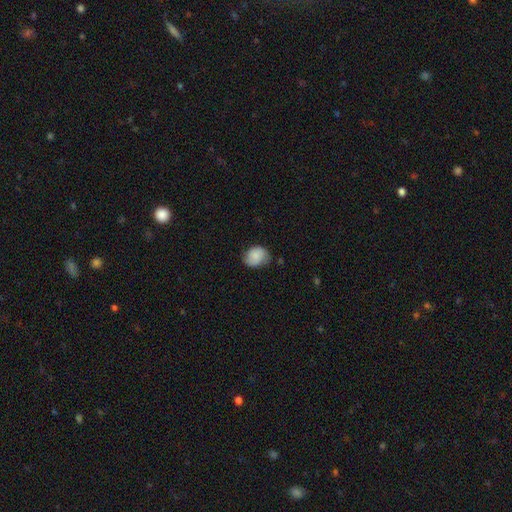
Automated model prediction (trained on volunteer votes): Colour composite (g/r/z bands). It shows a smooth galaxy with no disk features (77%) that is round (52%). Merging: none (63%).